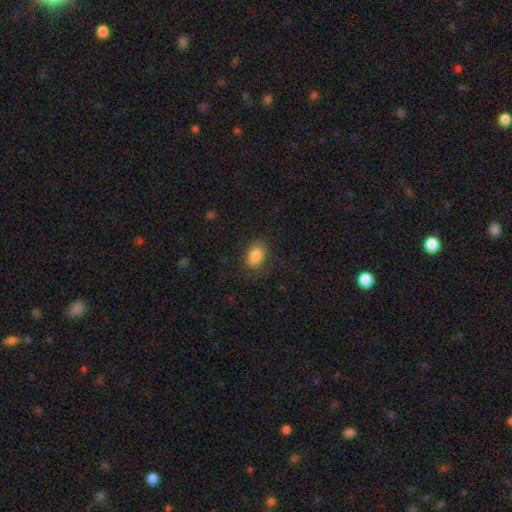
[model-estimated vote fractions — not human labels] smooth_or_featured: smooth (p=0.85) [alt: star or artifact p=0.08]
how_rounded: in between (p=0.83) [alt: round p=0.16]
merging: none (p=0.79) [alt: minor disturbance p=0.15]